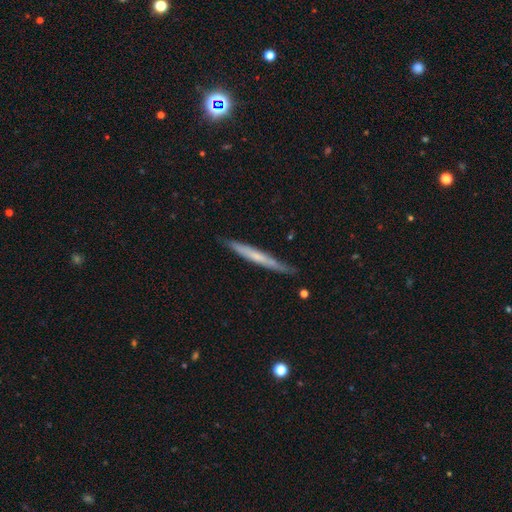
Smooth or featured? featured or disk (59%)
Edge-on disk? yes (91%)
Edge-on bulge? none (71%)
Merging? none (82%)